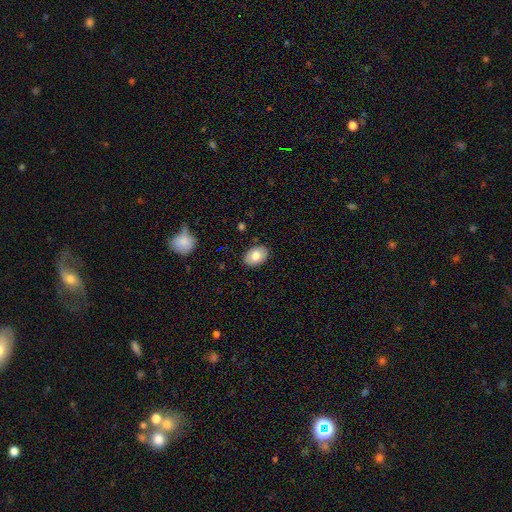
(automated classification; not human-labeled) A smooth galaxy with no disk features (78%) that is in between round and cigar-shaped (86%). Merging: none (87%).